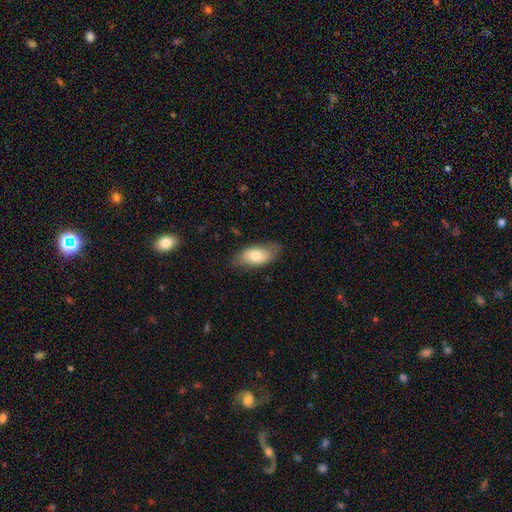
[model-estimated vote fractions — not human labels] Smooth or featured? Predicted: smooth (p=0.72). How rounded? Predicted: in between (p=0.91). Merging? Predicted: none (p=0.74).